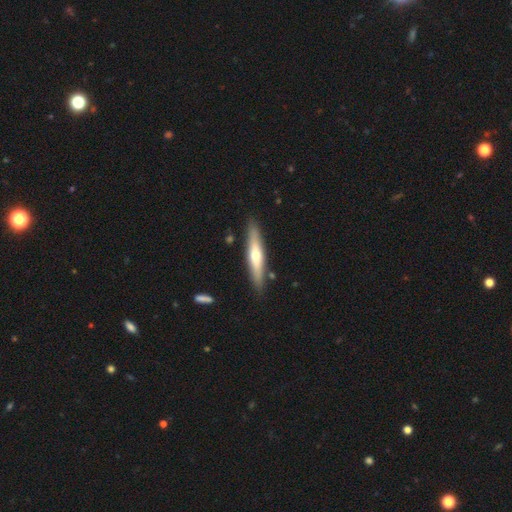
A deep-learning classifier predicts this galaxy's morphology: Smooth or featured?
  - featured or disk: 49% *
  - smooth: 46%
  - star or artifact: 5%
Merging?
  - none: 87% *
  - minor disturbance: 9%
  - merger: 2%
  - major disturbance: 2%